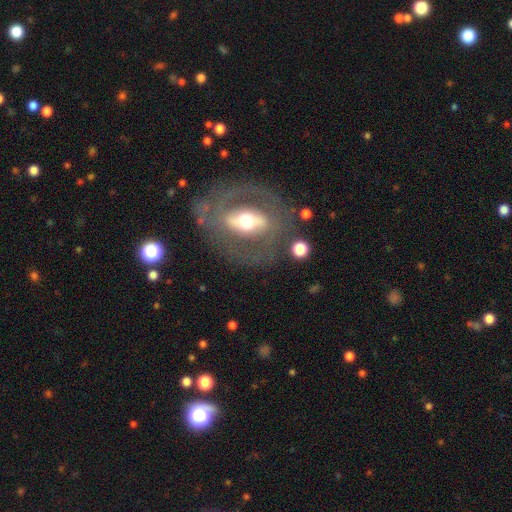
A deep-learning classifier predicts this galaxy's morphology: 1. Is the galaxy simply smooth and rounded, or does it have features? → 75% featured or disk, 17% smooth, 8% star or artifact.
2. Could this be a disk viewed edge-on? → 91% no, 9% yes.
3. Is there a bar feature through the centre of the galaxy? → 40% strong, 34% weak, 26% no.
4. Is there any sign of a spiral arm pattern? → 54% yes, 46% no.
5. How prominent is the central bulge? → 62% moderate, 25% small, 10% large, 2% dominant, 1% none.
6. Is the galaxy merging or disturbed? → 73% none, 14% minor disturbance, 10% major disturbance, 3% merger.